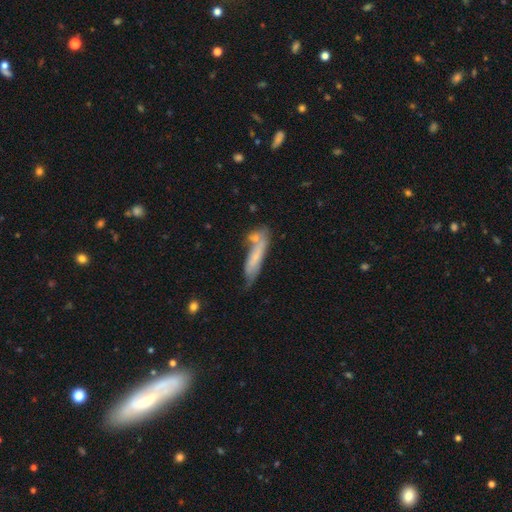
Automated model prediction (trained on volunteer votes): smooth 60%, featured or disk 32%, star or artifact 8%. Down the decision tree: how rounded — cigar-shaped (81%); merging — none (45%).